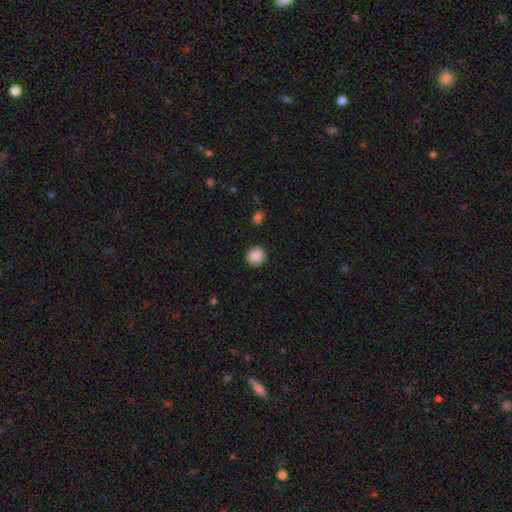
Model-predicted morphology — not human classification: smooth 88%, star or artifact 9%, featured or disk 3%. Down the decision tree: how rounded — round (88%); merging — none (89%).